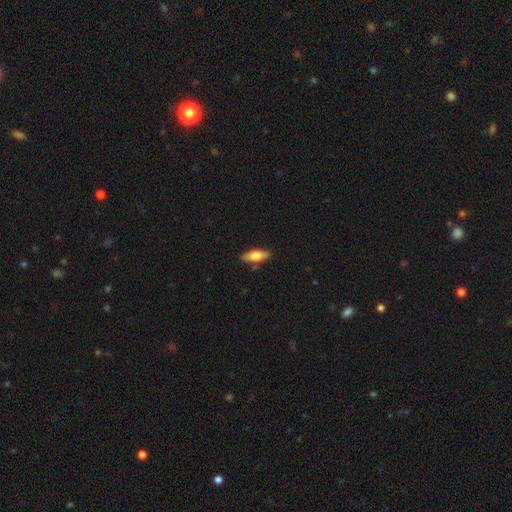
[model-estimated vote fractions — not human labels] The model was most divided on "how rounded": in between: 60%, cigar-shaped: 37%, round: 3%. More confident: merging — none (86%); smooth or featured — smooth (67%).